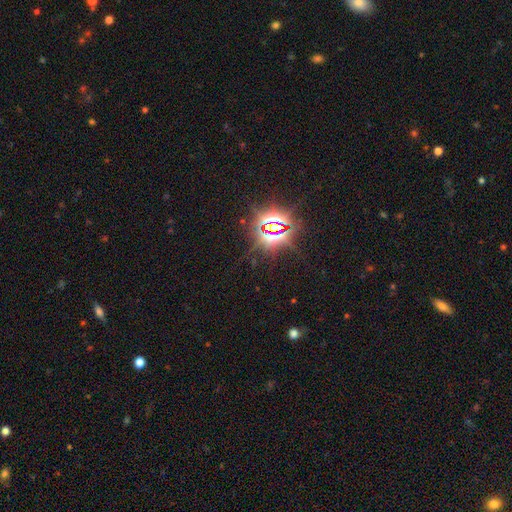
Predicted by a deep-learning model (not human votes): Smooth or featured? Predicted: star or artifact (p=0.83).